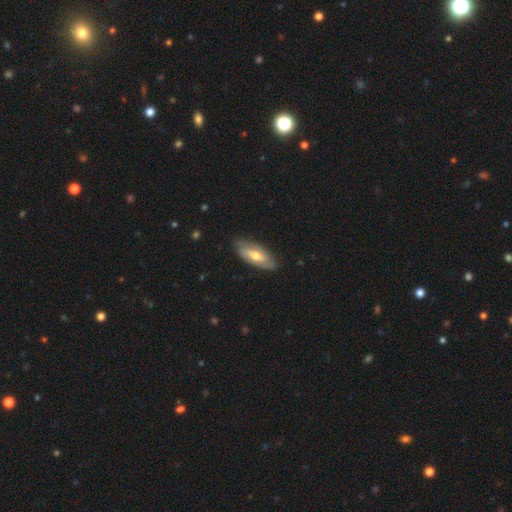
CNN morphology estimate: Smooth or featured: smooth — 49% (featured or disk — 45%)
Merging: none — 82% (minor disturbance — 15%)